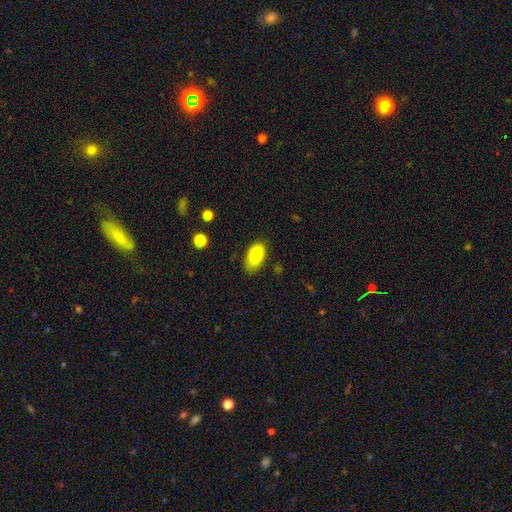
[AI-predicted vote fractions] smooth-or-featured: smooth: 85% | featured or disk: 8% | star or artifact: 7%
  how-rounded: in between: 94% | round: 4% | cigar-shaped: 2%
  merging: none: 81% | minor disturbance: 15% | major disturbance: 3% | merger: 1%